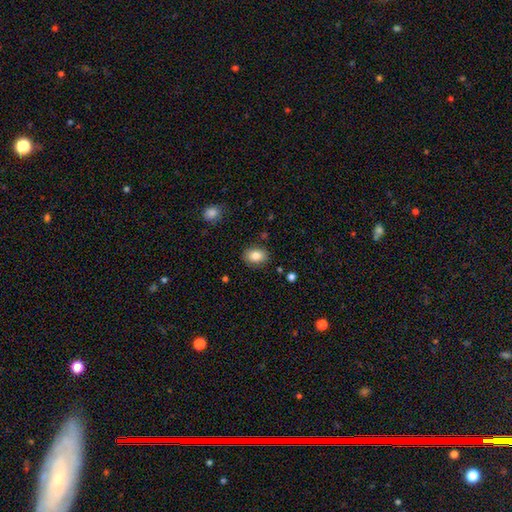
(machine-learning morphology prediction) Smooth or featured?
  - smooth: 84% *
  - star or artifact: 8%
  - featured or disk: 8%
How rounded?
  - in between: 73% *
  - round: 26%
  - cigar-shaped: 1%
Merging?
  - none: 86% *
  - minor disturbance: 10%
  - major disturbance: 3%
  - merger: 2%